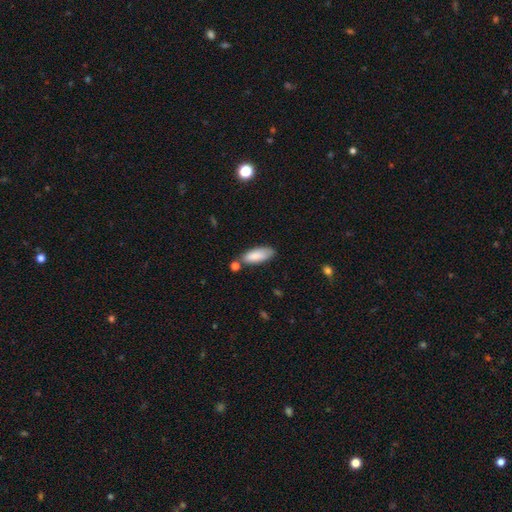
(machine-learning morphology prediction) type=smooth (85%); roundness=in between (71%); merging=none (67%).